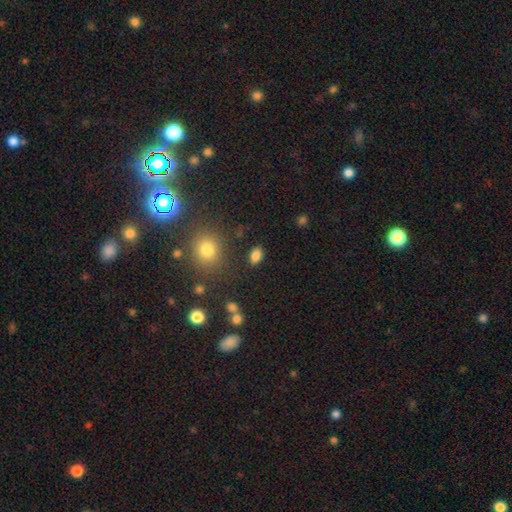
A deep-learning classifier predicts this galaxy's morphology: A smooth galaxy with no disk features (84%) that is in between round and cigar-shaped (87%).

Vote fractions:
- Smooth or featured? smooth: 84% / star or artifact: 11% / featured or disk: 5%
- How rounded? in between: 87% / round: 11% / cigar-shaped: 2%
- Merging? none: 84% / minor disturbance: 10% / merger: 3% / major disturbance: 3%